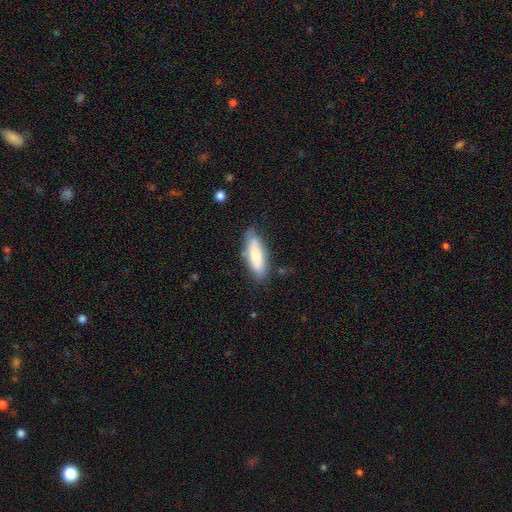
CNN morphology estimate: Smooth or featured?
  - smooth: 79% *
  - featured or disk: 15%
  - star or artifact: 6%
How rounded?
  - in between: 53% *
  - cigar-shaped: 45%
  - round: 2%
Merging?
  - none: 76% *
  - minor disturbance: 18%
  - major disturbance: 4%
  - merger: 2%